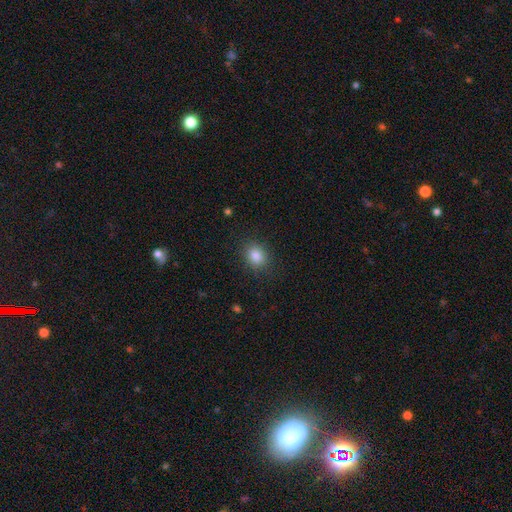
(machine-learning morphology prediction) This is clearly a smooth galaxy (85%). How rounded: possibly round (58%). Merging: clearly none (86%).